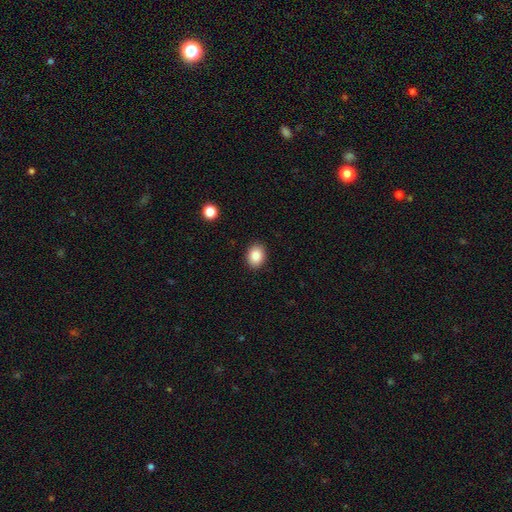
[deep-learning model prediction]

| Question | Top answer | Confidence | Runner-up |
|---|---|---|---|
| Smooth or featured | smooth | 87% | star or artifact (9%) |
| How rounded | in between | 58% | round (42%) |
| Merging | none | 90% | minor disturbance (7%) |